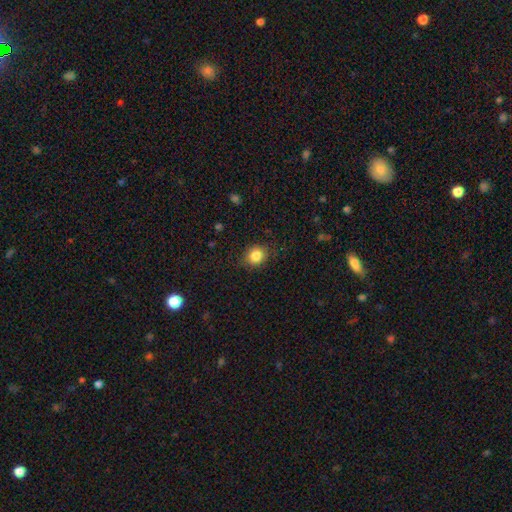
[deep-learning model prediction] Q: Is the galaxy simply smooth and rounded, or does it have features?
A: smooth — 84%.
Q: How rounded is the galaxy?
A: round — 69%.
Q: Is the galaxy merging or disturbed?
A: none — 83%.